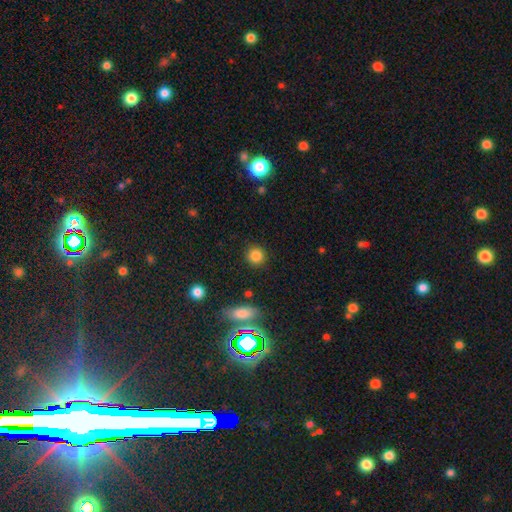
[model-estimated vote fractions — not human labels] Overall: smooth (84%). How rounded: round (92%). Merging: none (90%).